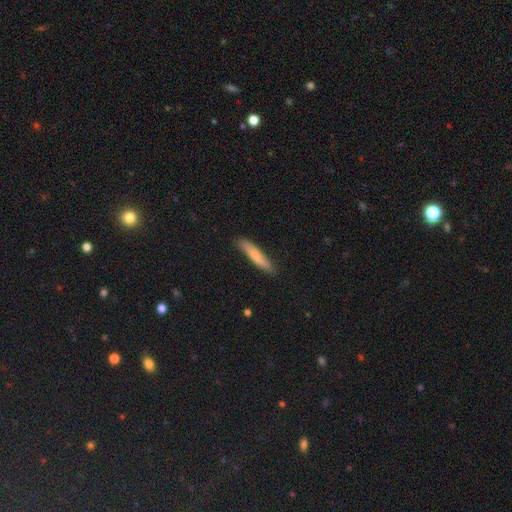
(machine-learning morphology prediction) Smooth or featured? smooth (78%)
How rounded? cigar-shaped (91%)
Merging? none (86%)